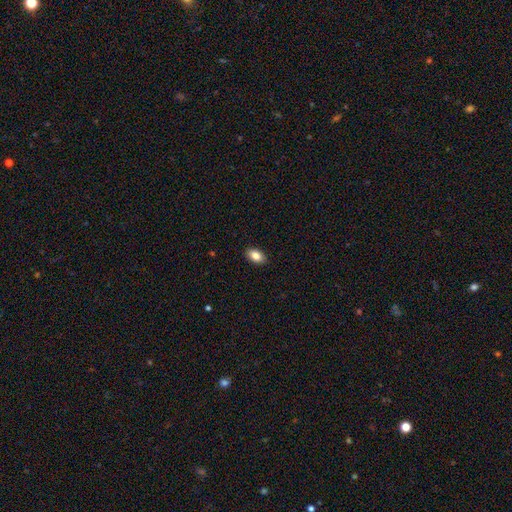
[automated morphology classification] Smooth or featured? Predicted: smooth (p=0.85). How rounded? Predicted: in between (p=0.90). Merging? Predicted: none (p=0.90).